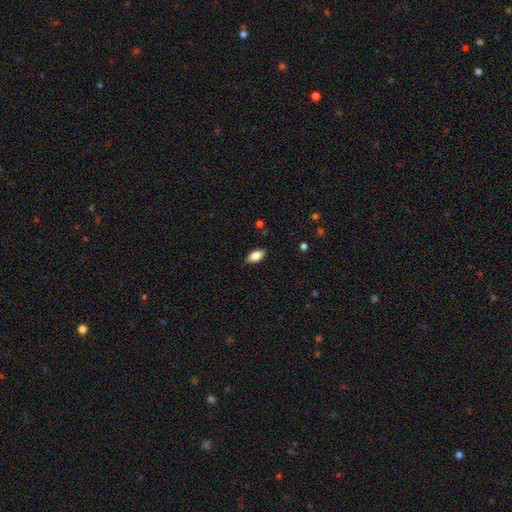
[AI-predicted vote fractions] smooth_or_featured: smooth (p=0.82) [alt: featured or disk p=0.11]
how_rounded: in between (p=0.91) [alt: cigar-shaped p=0.06]
merging: none (p=0.84) [alt: minor disturbance p=0.13]